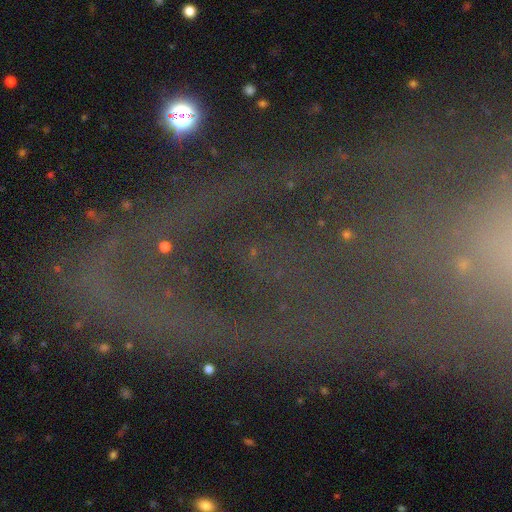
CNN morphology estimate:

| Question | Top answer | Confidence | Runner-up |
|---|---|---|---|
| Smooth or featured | star or artifact | 59% | featured or disk (28%) |